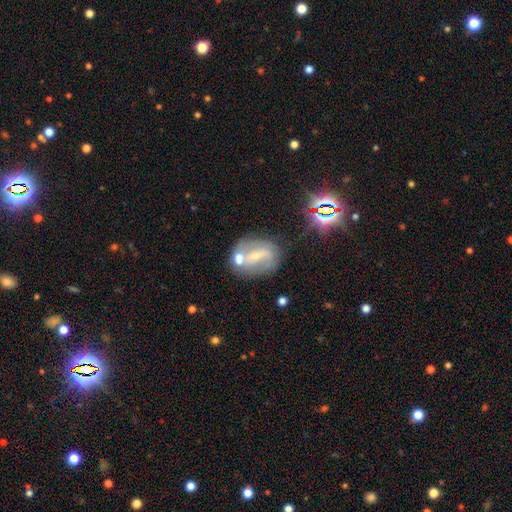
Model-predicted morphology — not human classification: type=featured or disk (64%); edge-on=no (95%); bar=weak (39%); spiral arms=yes (71%); bulge=small (62%); merging=none (51%).